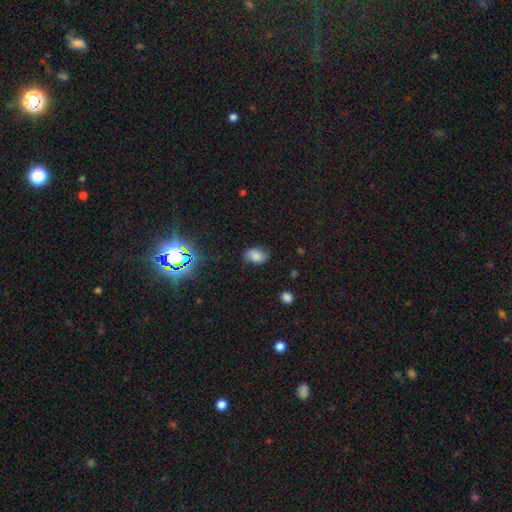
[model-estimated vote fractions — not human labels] Morphology: type=smooth (71%); roundness=in between (84%); merging=none (71%).